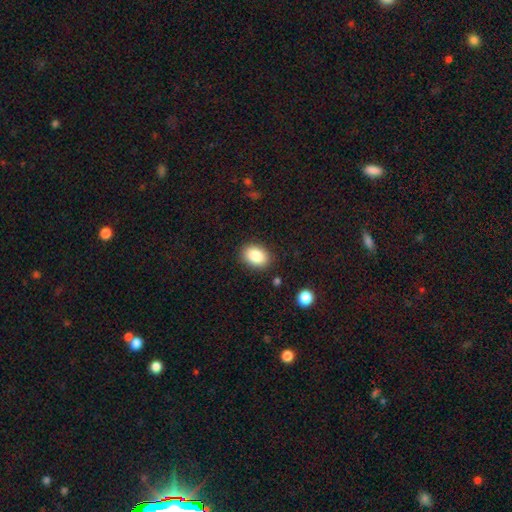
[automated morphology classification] Q: Smooth or featured?
A: smooth (86%); runner-up: star or artifact (8%)
Q: How rounded?
A: in between (74%); runner-up: round (25%)
Q: Merging?
A: none (87%); runner-up: minor disturbance (9%)